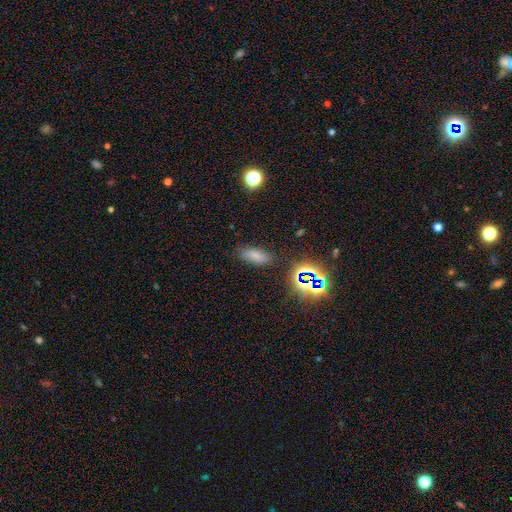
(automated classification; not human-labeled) The model was most divided on "smooth or featured": smooth: 72%, star or artifact: 19%, featured or disk: 8%. More confident: how rounded — in between (81%); merging — none (81%).